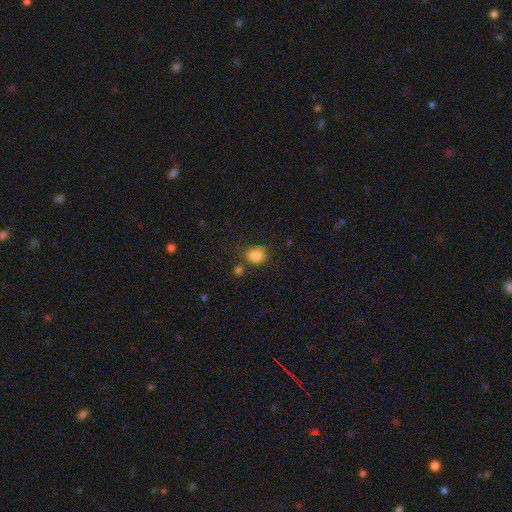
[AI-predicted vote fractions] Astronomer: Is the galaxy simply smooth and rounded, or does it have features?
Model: smooth — 82%.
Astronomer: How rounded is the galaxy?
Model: in between — 53% (runner-up: round, 46%).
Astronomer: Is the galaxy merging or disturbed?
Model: none — 55%.